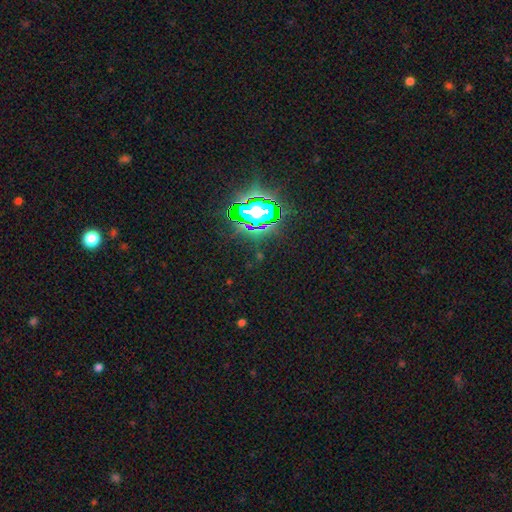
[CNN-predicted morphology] A star or artifact, not a galaxy (81%).

Vote fractions:
- Smooth or featured? star or artifact: 81% / smooth: 11% / featured or disk: 8%